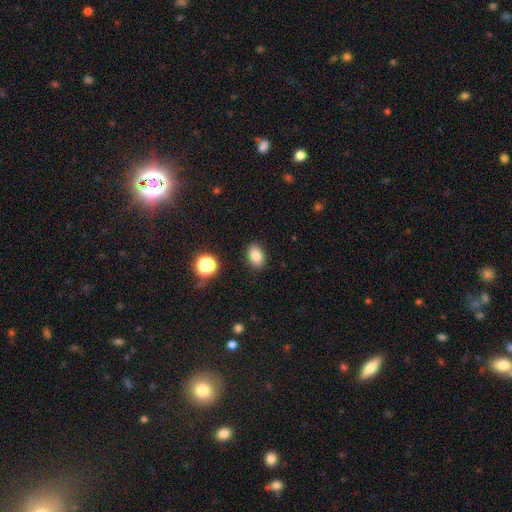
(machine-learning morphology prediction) Smooth or featured? Predicted: smooth (p=0.83). How rounded? Predicted: in between (p=0.82). Merging? Predicted: none (p=0.87).